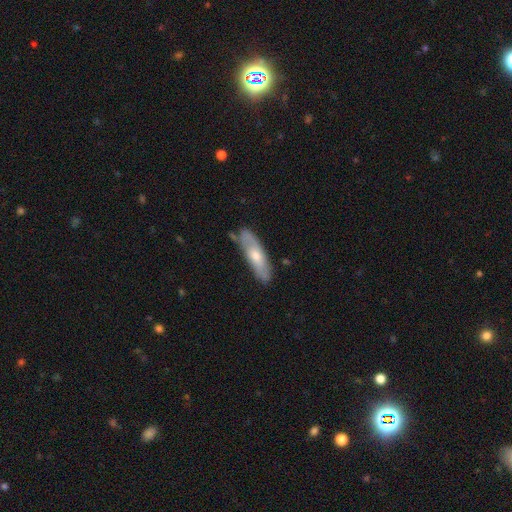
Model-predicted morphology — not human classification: smooth_or_featured: smooth (p=0.49) [alt: featured or disk p=0.46]
merging: none (p=0.73) [alt: minor disturbance p=0.19]